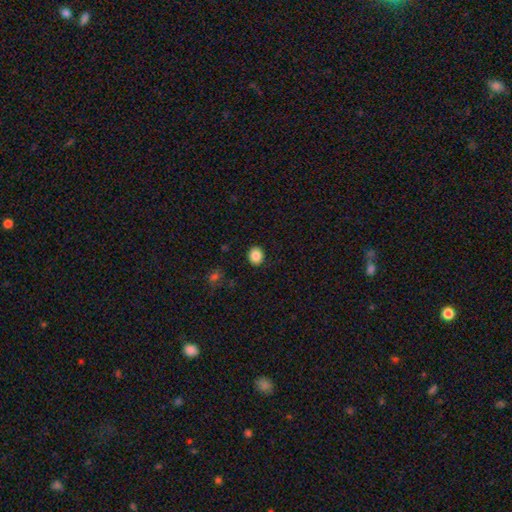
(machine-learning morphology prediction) This is clearly a smooth galaxy (86%). How rounded: likely round (72%). Merging: clearly none (90%).